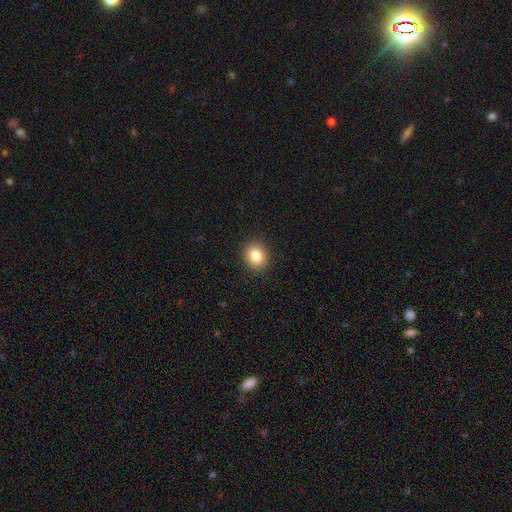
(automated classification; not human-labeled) Smooth or featured?
  - smooth: 84% *
  - star or artifact: 10%
  - featured or disk: 6%
How rounded?
  - round: 70% *
  - in between: 29%
  - cigar-shaped: 1%
Merging?
  - none: 90% *
  - minor disturbance: 7%
  - major disturbance: 2%
  - merger: 1%